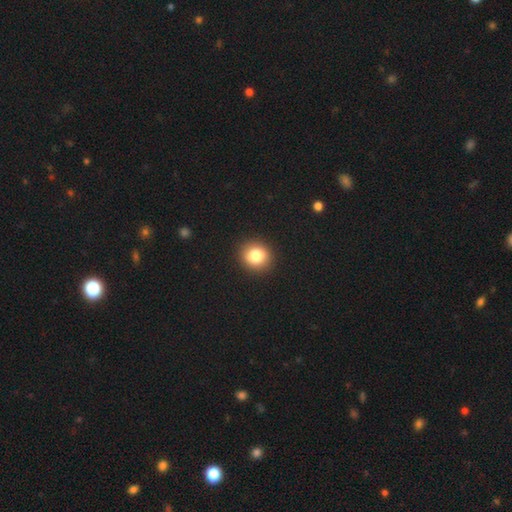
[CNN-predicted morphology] Overall: smooth (82%). How rounded: round (85%). Merging: none (92%).